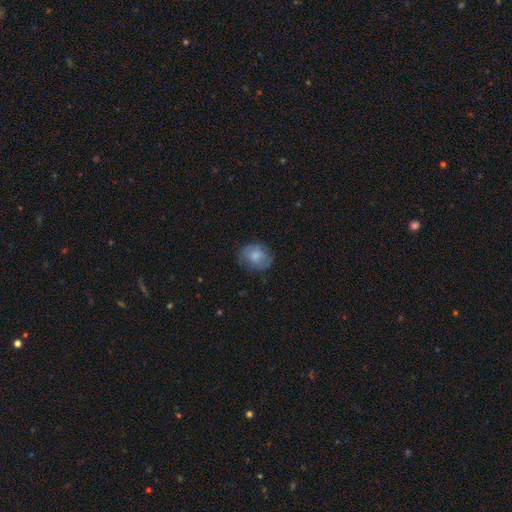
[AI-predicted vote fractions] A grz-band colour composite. It shows a smooth galaxy with no disk features (75%) that is in between round and cigar-shaped (52%). Merging: none (70%).